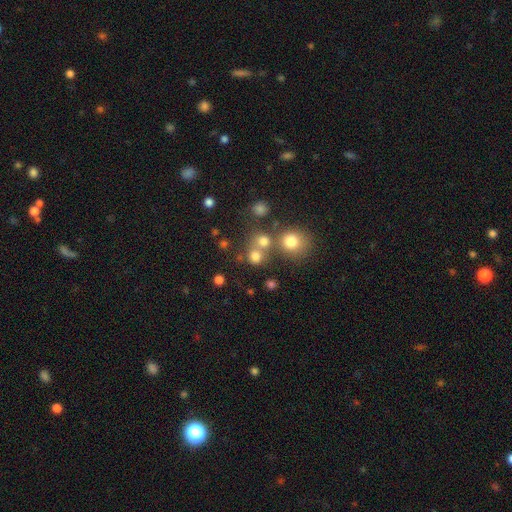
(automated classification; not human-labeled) This is likely a smooth galaxy (75%). How rounded: clearly round (87%). Merging: possibly none (58%).